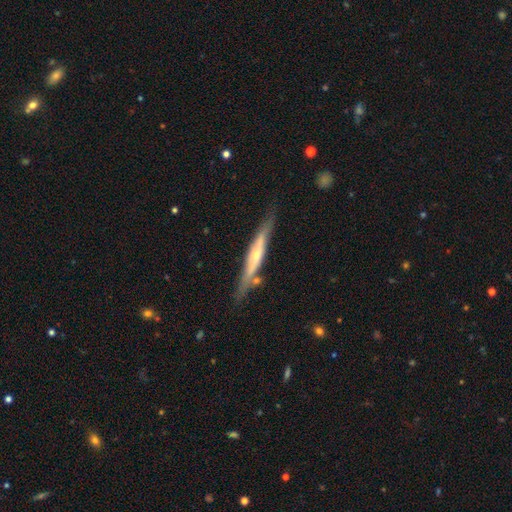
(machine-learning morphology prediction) A featured or disk galaxy (68%) viewed edge-on (89%) with a rounded central bulge (76%).

Vote fractions:
- Smooth or featured? featured or disk: 68% / smooth: 26% / star or artifact: 6%
- Edge-on disk? yes: 89% / no: 11%
- Edge-on bulge? rounded: 76% / none: 18% / boxy: 6%
- Merging? none: 76% / minor disturbance: 15% / merger: 5% / major disturbance: 4%